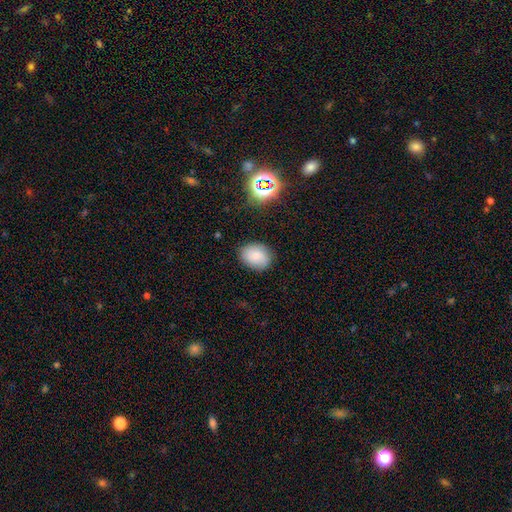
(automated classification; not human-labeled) smooth_or_featured: smooth (p=0.78) [alt: star or artifact p=0.11]
how_rounded: in between (p=0.59) [alt: round p=0.40]
merging: none (p=0.83) [alt: minor disturbance p=0.13]